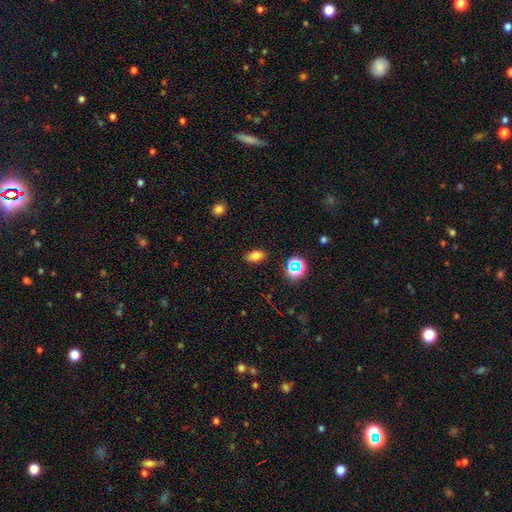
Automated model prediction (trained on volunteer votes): Q: Smooth or featured?
A: smooth (74%); runner-up: star or artifact (16%)
Q: How rounded?
A: in between (86%); runner-up: round (11%)
Q: Merging?
A: none (87%); runner-up: minor disturbance (9%)